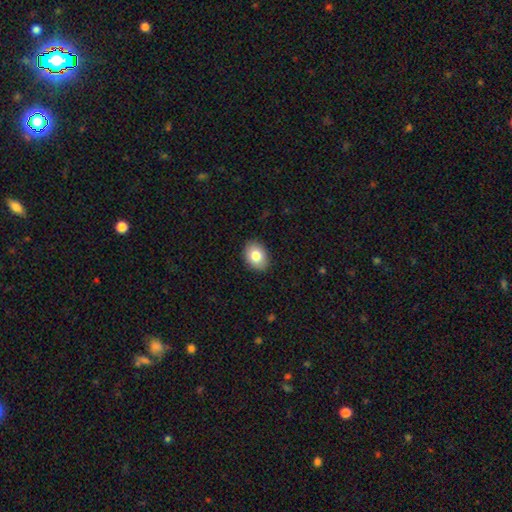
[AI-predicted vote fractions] The model was most divided on "how rounded": in between: 71%, round: 28%, cigar-shaped: 1%. More confident: merging — none (89%); smooth or featured — smooth (81%).